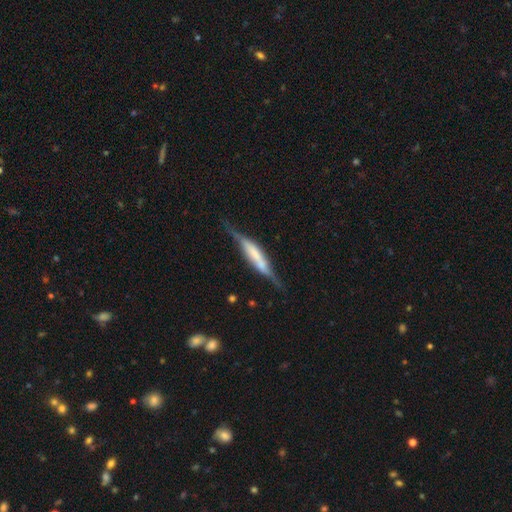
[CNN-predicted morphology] smooth_or_featured: featured or disk (p=0.66) [alt: smooth p=0.27]
disk_edge_on: yes (p=0.89) [alt: no p=0.11]
edge_on_bulge: boxy (p=0.62) [alt: rounded p=0.20]
merging: none (p=0.60) [alt: minor disturbance p=0.25]